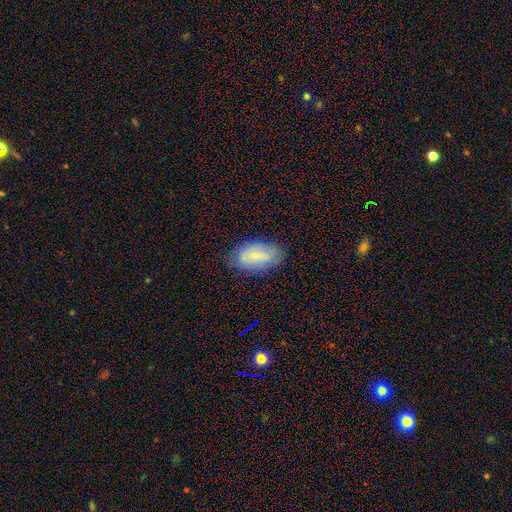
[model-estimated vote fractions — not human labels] Smooth or featured? Predicted: smooth (p=0.64). How rounded? Predicted: in between (p=0.93). Merging? Predicted: none (p=0.76).